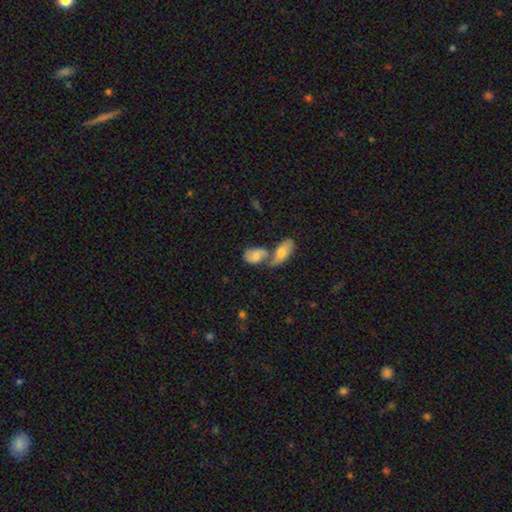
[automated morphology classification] This appears to be a smooth galaxy with no disk features (57%) that is in between round and cigar-shaped (83%). Merging: merger (62%).